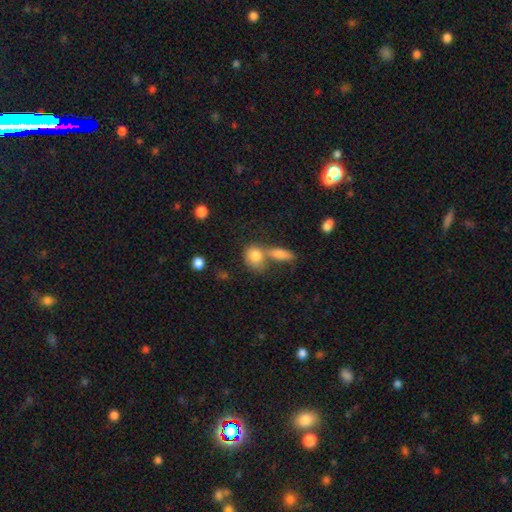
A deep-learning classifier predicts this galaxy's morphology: Smooth or featured? Predicted: smooth (p=0.81). How rounded? Predicted: in between (p=0.51). Merging? Predicted: merger (p=0.47).